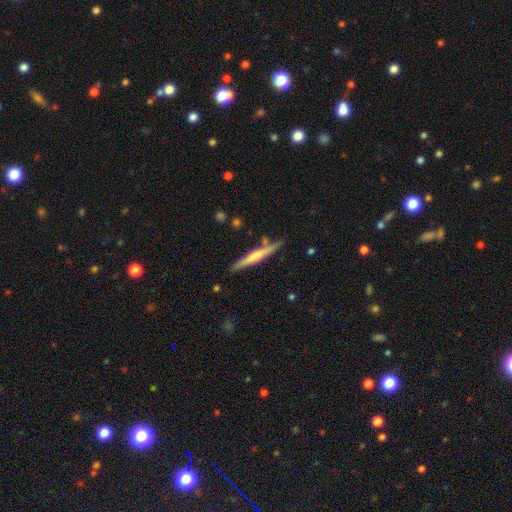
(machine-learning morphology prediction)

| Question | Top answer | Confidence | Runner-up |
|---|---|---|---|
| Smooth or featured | smooth | 49% | featured or disk (45%) |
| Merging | none | 80% | minor disturbance (13%) |